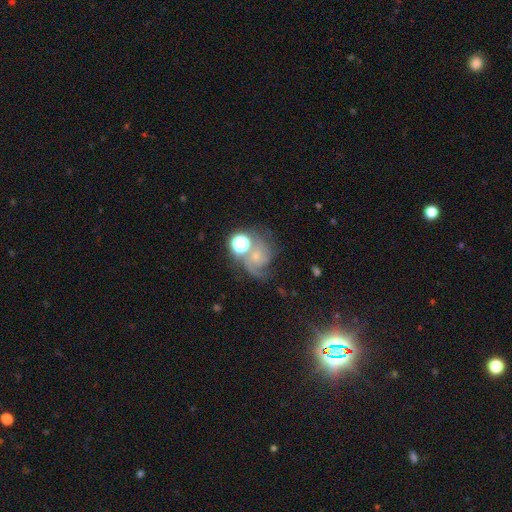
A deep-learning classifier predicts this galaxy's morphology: Smooth or featured?
  - featured or disk: 62% *
  - smooth: 22%
  - star or artifact: 16%
Edge-on disk?
  - no: 98% *
  - yes: 2%
Bar?
  - no: 70% *
  - weak: 25%
  - strong: 5%
Spiral arms?
  - yes: 90% *
  - no: 10%
Spiral winding?
  - medium: 45% *
  - loose: 29%
  - tight: 25%
Spiral arm count?
  - 2: 42% *
  - 1: 26%
  - can't tell: 16%
  - 3: 9%
  - 4: 3%
  - more than 4: 3%
Bulge size?
  - small: 49% *
  - moderate: 34%
  - none: 9%
  - large: 5%
  - dominant: 2%
Merging?
  - none: 40% *
  - major disturbance: 24%
  - minor disturbance: 18%
  - merger: 17%